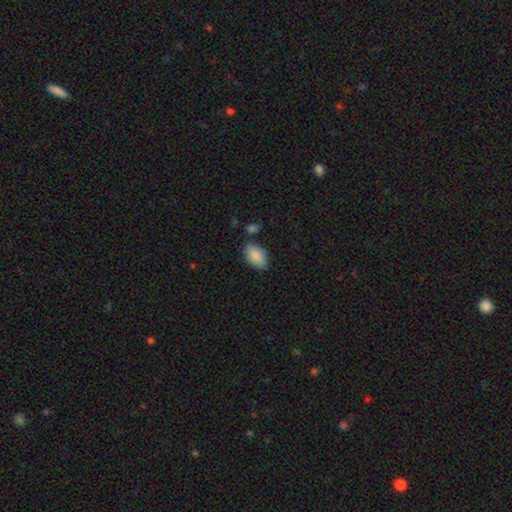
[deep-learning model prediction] A smooth galaxy with no disk features (89%) that is in between round and cigar-shaped (93%). Merging: none (77%).